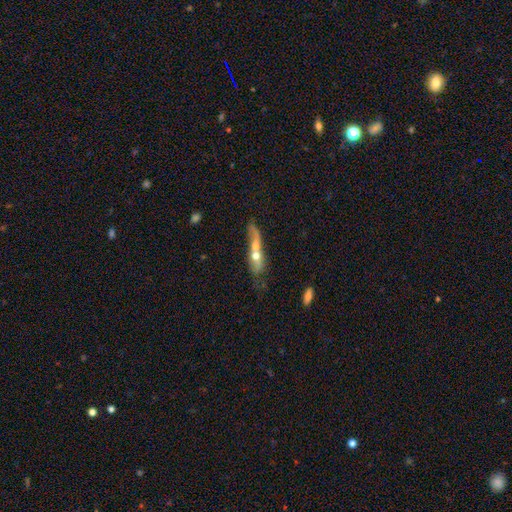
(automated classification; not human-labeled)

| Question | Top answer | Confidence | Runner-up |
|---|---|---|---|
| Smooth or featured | smooth | 47% | featured or disk (45%) |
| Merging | merger | 60% | none (18%) |